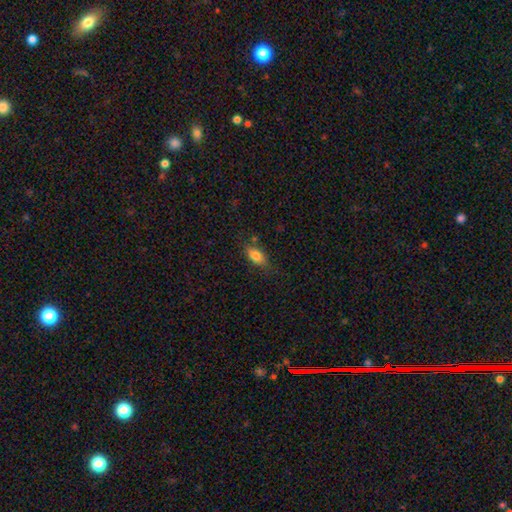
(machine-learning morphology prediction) type=smooth (78%); roundness=in between (85%); merging=none (73%).